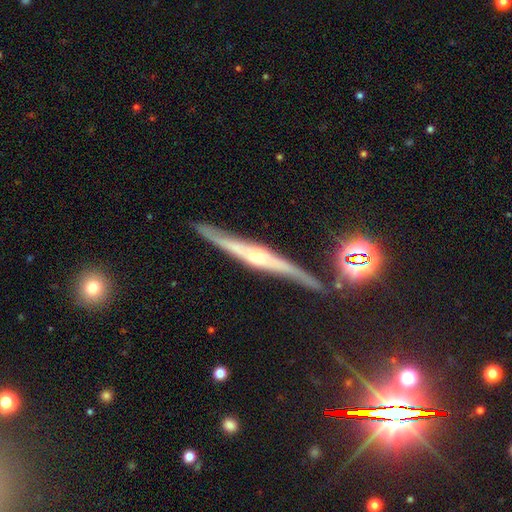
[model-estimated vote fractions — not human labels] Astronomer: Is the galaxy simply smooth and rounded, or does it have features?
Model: featured or disk — 79%.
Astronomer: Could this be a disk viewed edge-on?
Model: yes — 95%.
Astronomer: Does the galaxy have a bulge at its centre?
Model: rounded — 72%.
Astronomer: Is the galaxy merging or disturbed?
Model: none — 83%.